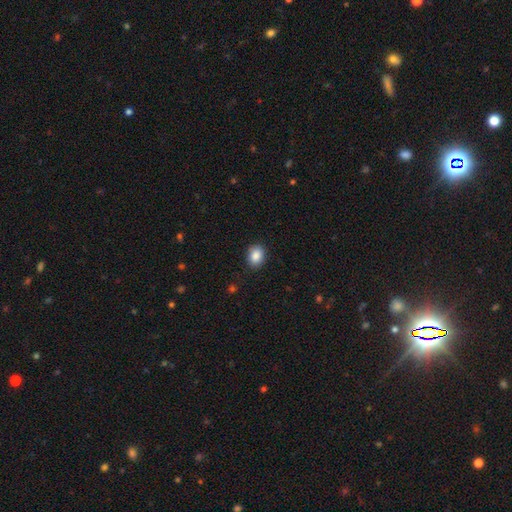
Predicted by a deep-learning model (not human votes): Smooth or featured? Predicted: smooth (p=0.88). How rounded? Predicted: in between (p=0.67). Merging? Predicted: none (p=0.86).